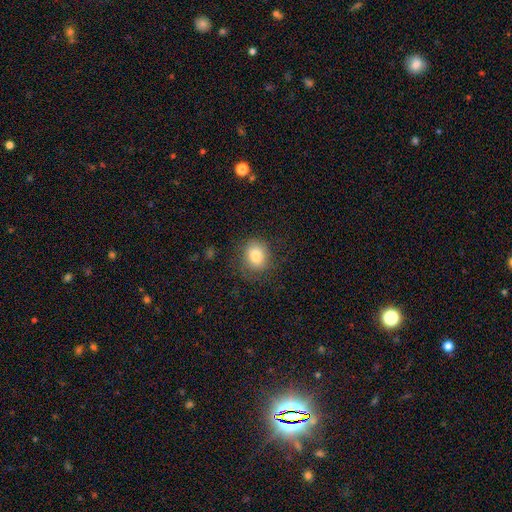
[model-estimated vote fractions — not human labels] Smooth or featured?
  - smooth: 83% *
  - star or artifact: 9%
  - featured or disk: 7%
How rounded?
  - round: 64% *
  - in between: 35%
  - cigar-shaped: 1%
Merging?
  - none: 78% *
  - minor disturbance: 15%
  - major disturbance: 6%
  - merger: 1%